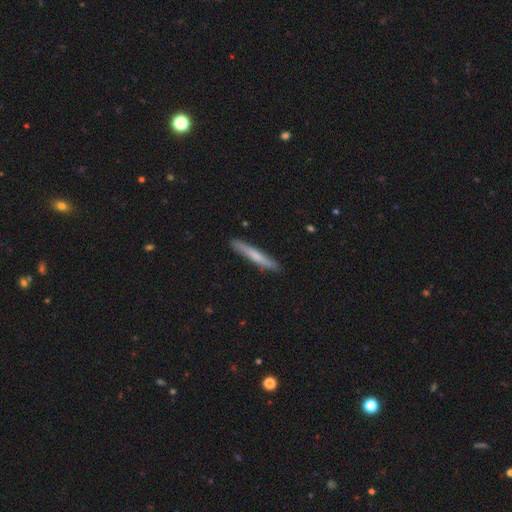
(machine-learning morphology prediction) Overall: smooth (63%; featured or disk 32%). How rounded: cigar-shaped (95%). Merging: none (89%).